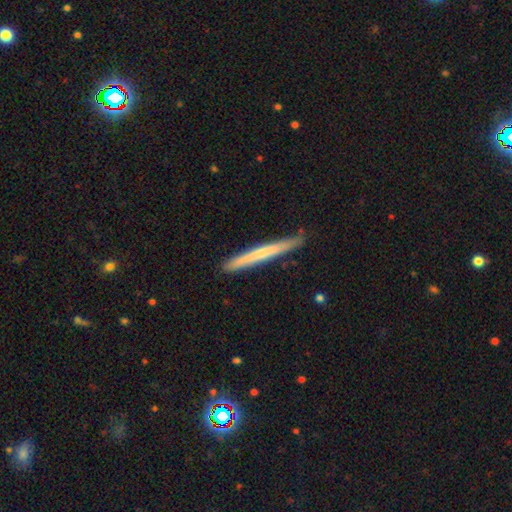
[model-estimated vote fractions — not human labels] A smooth galaxy with no disk features (52%) that is cigar-shaped (97%). Merging: none (86%).